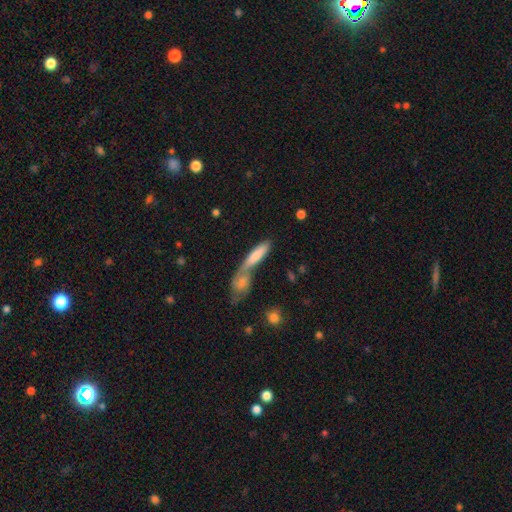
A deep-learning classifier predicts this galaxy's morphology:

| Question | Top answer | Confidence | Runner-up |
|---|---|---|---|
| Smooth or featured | smooth | 74% | featured or disk (19%) |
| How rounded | cigar-shaped | 57% | in between (40%) |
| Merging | merger | 63% | none (24%) |